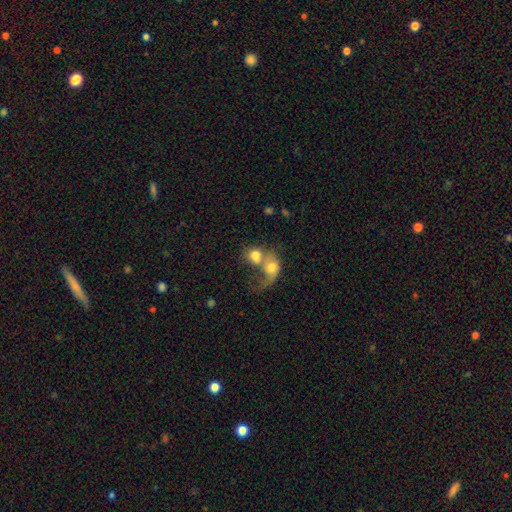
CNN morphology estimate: A smooth galaxy with no disk features (64%) that is round (61%). Merging: merger (77%).